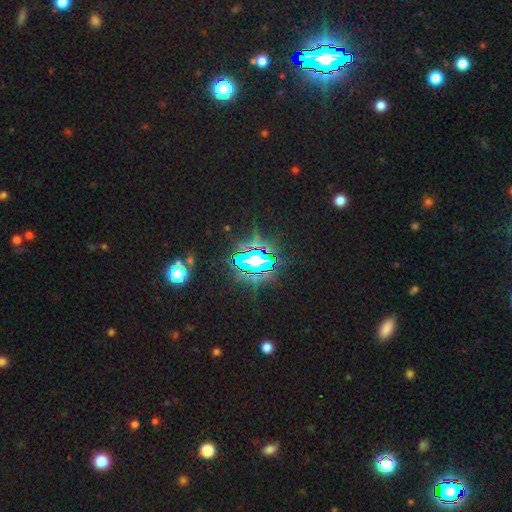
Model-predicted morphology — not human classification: type=star or artifact (79%).